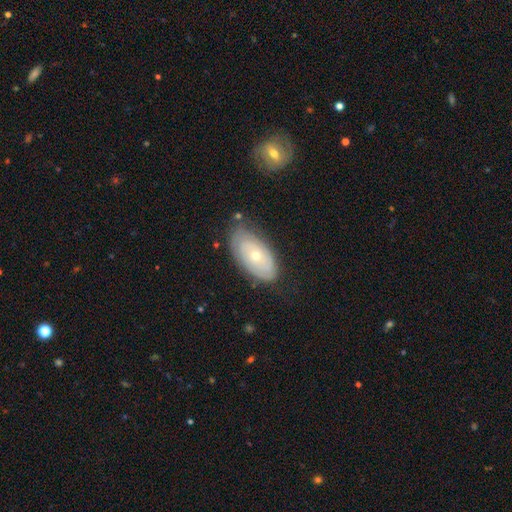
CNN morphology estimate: A featured or disk galaxy (51%). Merging: none (71%).